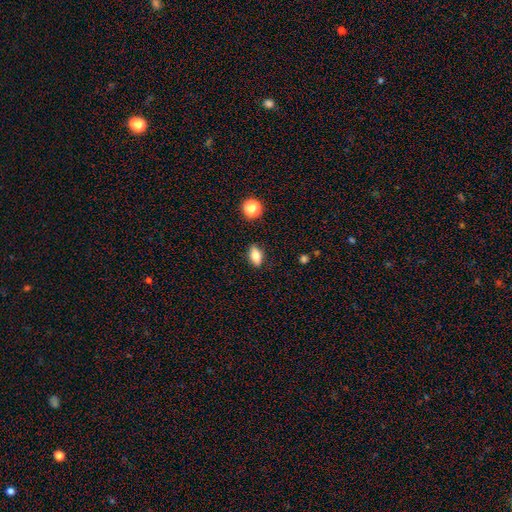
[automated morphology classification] This appears to be a smooth galaxy with no disk features (75%) that is in between round and cigar-shaped (80%). Merging: none (87%).